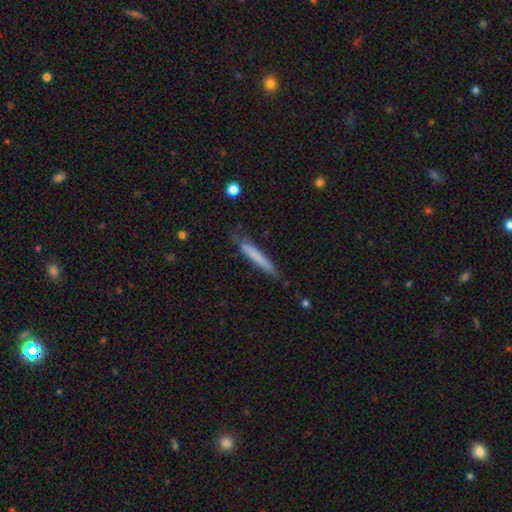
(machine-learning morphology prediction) type=smooth (70%); roundness=cigar-shaped (95%); merging=none (74%).